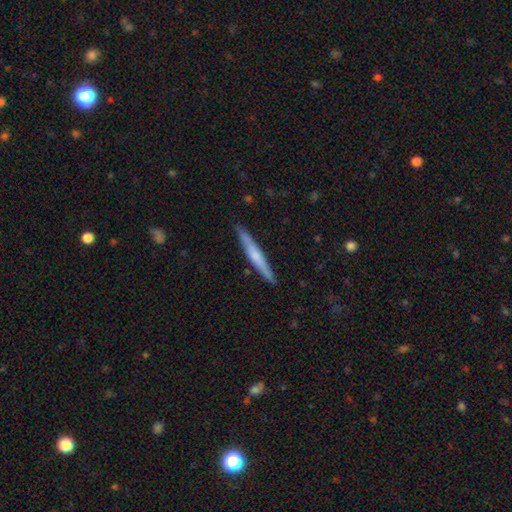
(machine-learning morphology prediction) This is possibly a smooth galaxy (51%). How rounded: clearly cigar-shaped (95%). Merging: clearly none (87%).